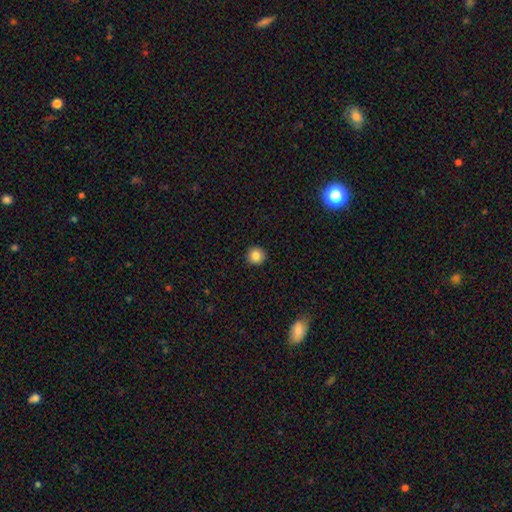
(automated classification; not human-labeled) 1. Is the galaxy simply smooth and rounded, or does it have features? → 85% smooth, 10% star or artifact, 4% featured or disk.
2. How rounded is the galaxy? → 95% round, 4% in between, 1% cigar-shaped.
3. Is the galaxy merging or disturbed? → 93% none, 5% minor disturbance, 2% major disturbance, 1% merger.